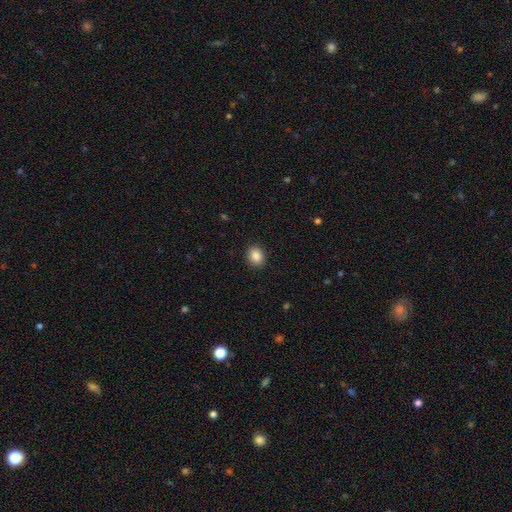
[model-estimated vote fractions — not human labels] Q: Smooth or featured?
A: smooth (87%); runner-up: star or artifact (9%)
Q: How rounded?
A: round (51%); runner-up: in between (48%)
Q: Merging?
A: none (91%); runner-up: minor disturbance (6%)